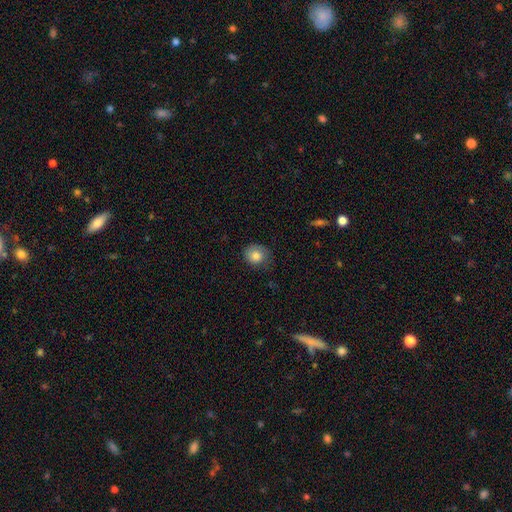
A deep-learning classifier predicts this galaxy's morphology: A smooth galaxy with no disk features (81%) that is round (69%). Merging: none (68%).